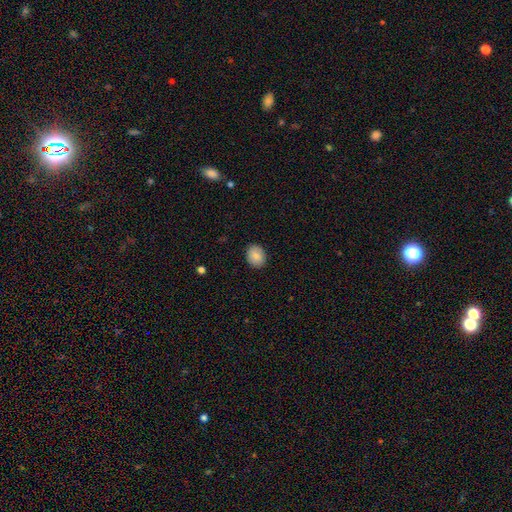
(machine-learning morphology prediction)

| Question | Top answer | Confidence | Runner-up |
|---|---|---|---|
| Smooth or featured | smooth | 86% | star or artifact (7%) |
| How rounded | round | 51% | in between (48%) |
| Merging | none | 89% | minor disturbance (8%) |